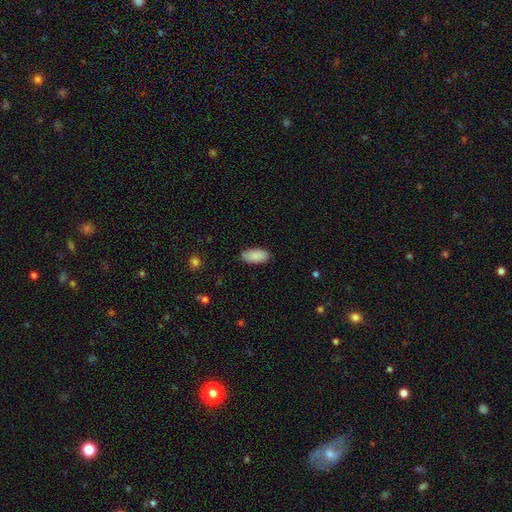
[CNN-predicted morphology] Q: Smooth or featured?
A: smooth (89%); runner-up: star or artifact (6%)
Q: How rounded?
A: in between (93%); runner-up: cigar-shaped (5%)
Q: Merging?
A: none (85%); runner-up: minor disturbance (11%)